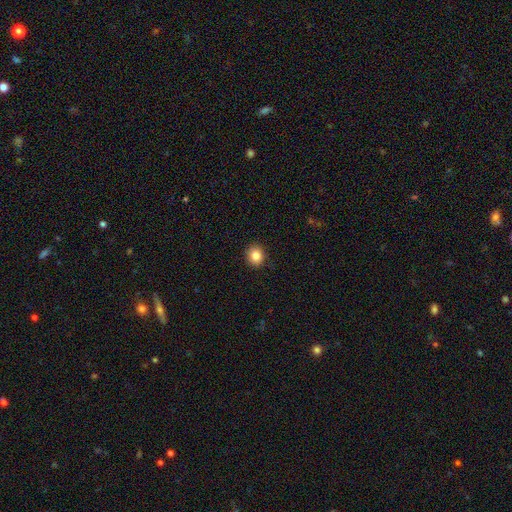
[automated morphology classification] Smooth or featured? smooth (85%)
How rounded? round (78%)
Merging? none (91%)